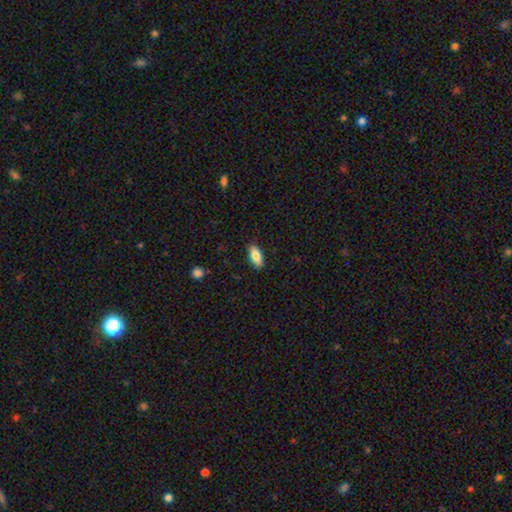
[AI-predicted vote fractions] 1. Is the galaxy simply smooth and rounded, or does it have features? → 83% smooth, 11% featured or disk, 6% star or artifact.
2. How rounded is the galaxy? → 81% in between, 17% cigar-shaped, 2% round.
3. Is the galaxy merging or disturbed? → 88% none, 9% minor disturbance, 2% major disturbance, 1% merger.